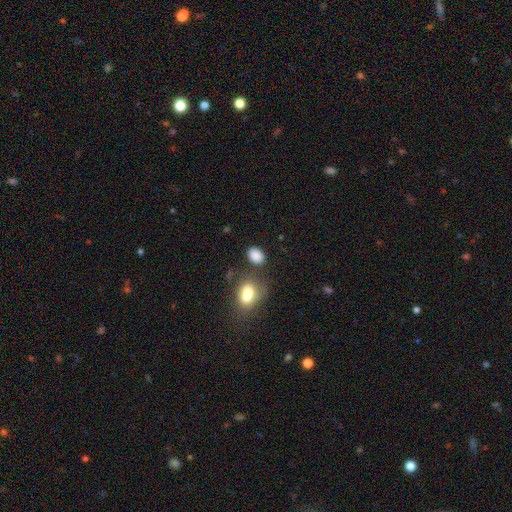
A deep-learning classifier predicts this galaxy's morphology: Smooth or featured? Predicted: smooth (p=0.85). How rounded? Predicted: in between (p=0.77). Merging? Predicted: none (p=0.69).